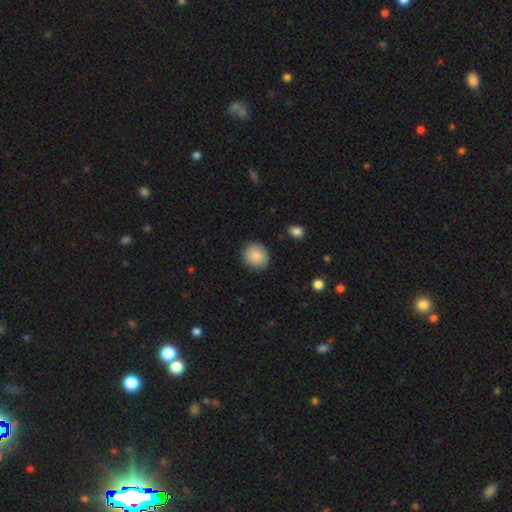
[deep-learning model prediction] smooth-or-featured: smooth: 87% | star or artifact: 7% | featured or disk: 6%
  how-rounded: round: 78% | in between: 21% | cigar-shaped: 1%
  merging: none: 87% | minor disturbance: 10% | major disturbance: 2% | merger: 1%